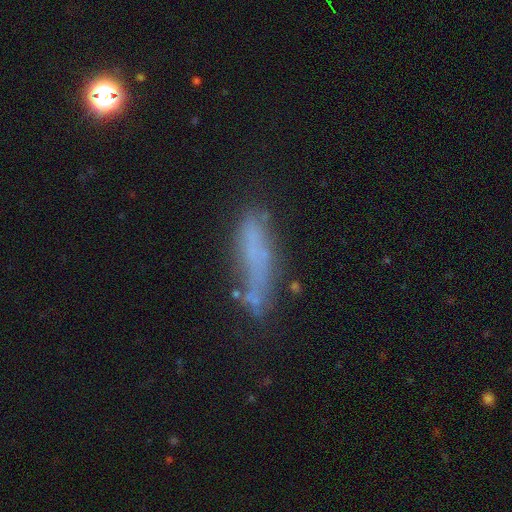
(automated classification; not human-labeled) Morphology: type=smooth (54%); roundness=cigar-shaped (74%); merging=none (52%).